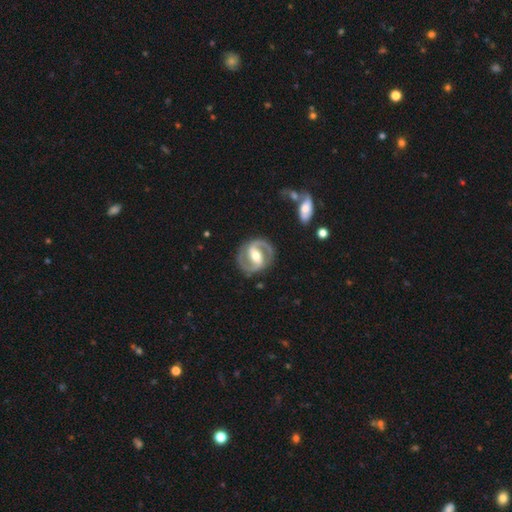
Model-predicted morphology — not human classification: A featured or disk galaxy (89%) with a strong bar (57%), 2 (93%) medium (55%) spiral arms (95%) and a moderate central bulge (69%).

Vote fractions:
- Smooth or featured? featured or disk: 89% / smooth: 7% / star or artifact: 4%
- Edge-on disk? no: 97% / yes: 3%
- Bar? strong: 57% / weak: 31% / no: 12%
- Spiral arms? yes: 95% / no: 5%
- Spiral winding? medium: 55% / tight: 33% / loose: 12%
- Spiral arm count? 2: 93% / can't tell: 2% / 1: 2% / 3: 1% / 4: 1% / more than 4: 1%
- Bulge size? moderate: 69% / small: 21% / large: 8% / none: 1% / dominant: 1%
- Merging? none: 85% / minor disturbance: 10% / major disturbance: 4% / merger: 2%